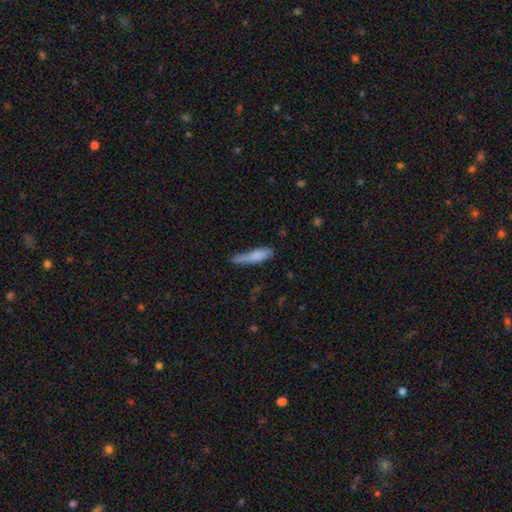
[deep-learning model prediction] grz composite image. It shows a smooth galaxy with no disk features (78%) that is cigar-shaped (80%). Merging: none (51%).